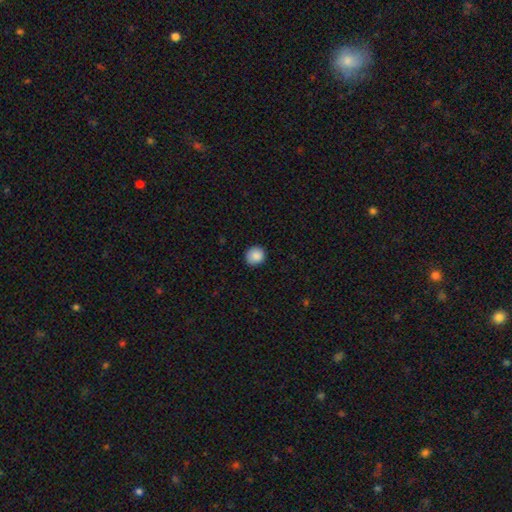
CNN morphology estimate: This is clearly a smooth galaxy (88%). How rounded: clearly round (89%). Merging: clearly none (89%).